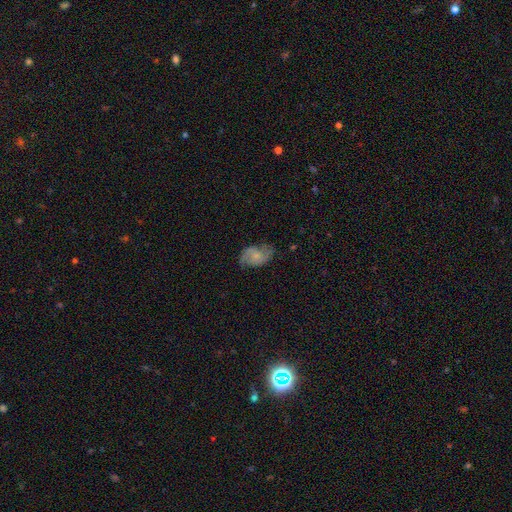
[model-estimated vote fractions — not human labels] Morphology: type=featured or disk (65%); edge-on=no (97%); bar=no (68%); spiral arms=yes (90%); winding=medium (45%); arm count=2 (86%); bulge=small (58%); merging=none (68%).